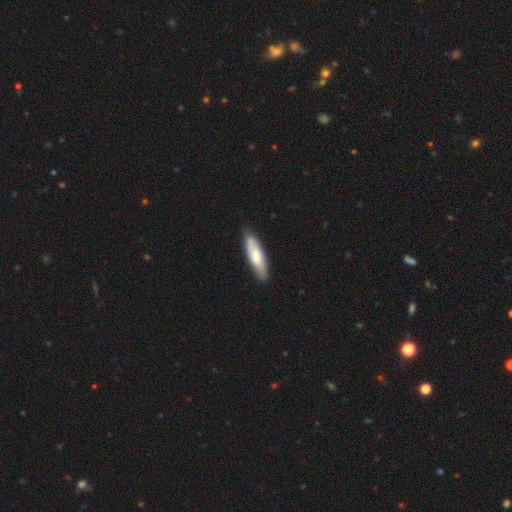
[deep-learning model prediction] Overall: smooth (70%). How rounded: cigar-shaped (61%; in between 38%). Merging: none (83%).